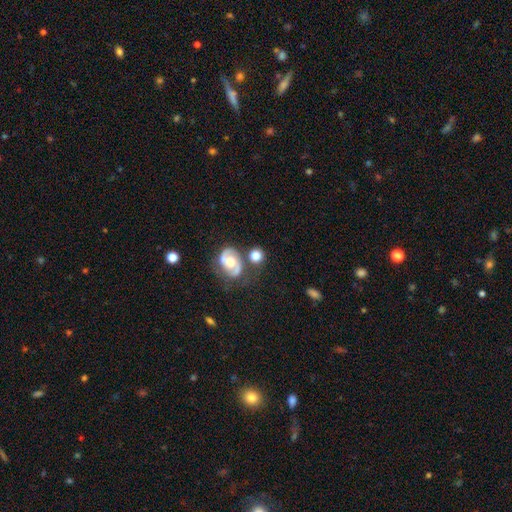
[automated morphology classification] type=smooth (57%); roundness=round (76%); merging=none (65%).